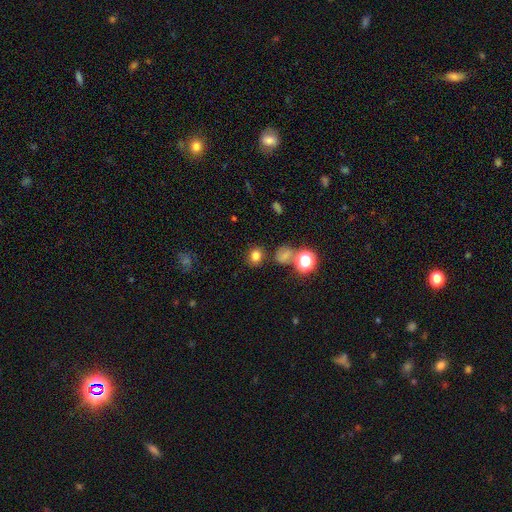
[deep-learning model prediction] smooth-or-featured: smooth: 75% | star or artifact: 19% | featured or disk: 7%
  how-rounded: round: 69% | in between: 30% | cigar-shaped: 1%
  merging: none: 79% | minor disturbance: 11% | merger: 6% | major disturbance: 4%